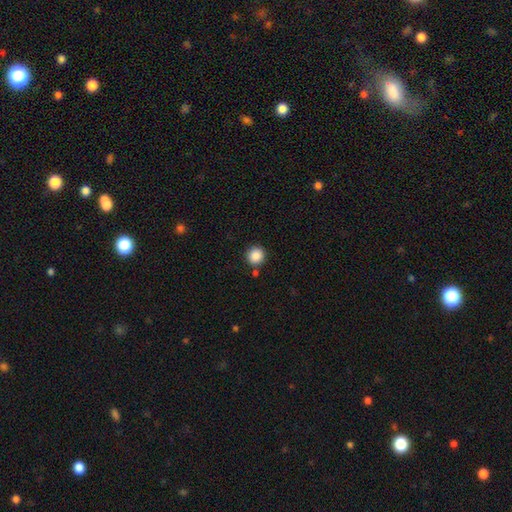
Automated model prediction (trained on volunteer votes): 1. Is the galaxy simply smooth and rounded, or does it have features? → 88% smooth, 9% star or artifact, 3% featured or disk.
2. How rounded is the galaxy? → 93% round, 6% in between, 1% cigar-shaped.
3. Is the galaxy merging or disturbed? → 84% none, 8% minor disturbance, 6% merger, 3% major disturbance.